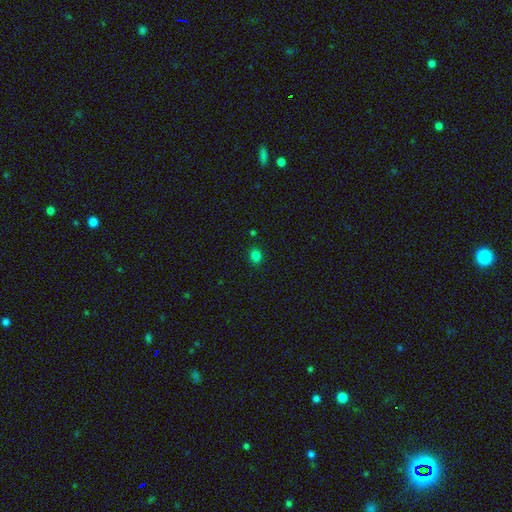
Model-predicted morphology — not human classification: Q: Smooth or featured?
A: smooth (80%); runner-up: star or artifact (16%)
Q: How rounded?
A: round (61%); runner-up: in between (38%)
Q: Merging?
A: none (87%); runner-up: minor disturbance (8%)